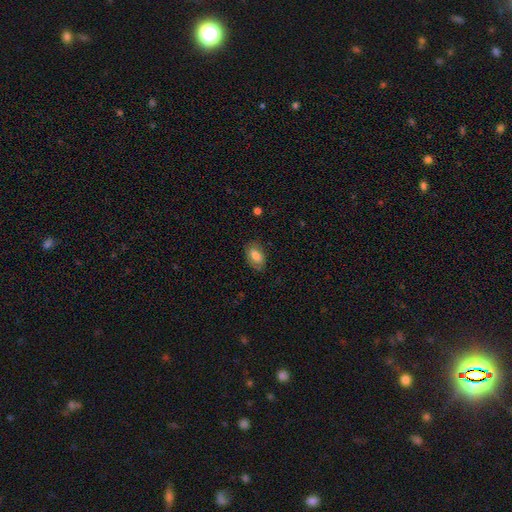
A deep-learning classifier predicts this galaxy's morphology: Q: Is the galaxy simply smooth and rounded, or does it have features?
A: smooth — 76%.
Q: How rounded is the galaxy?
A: in between — 92%.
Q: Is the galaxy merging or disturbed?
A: none — 78%.